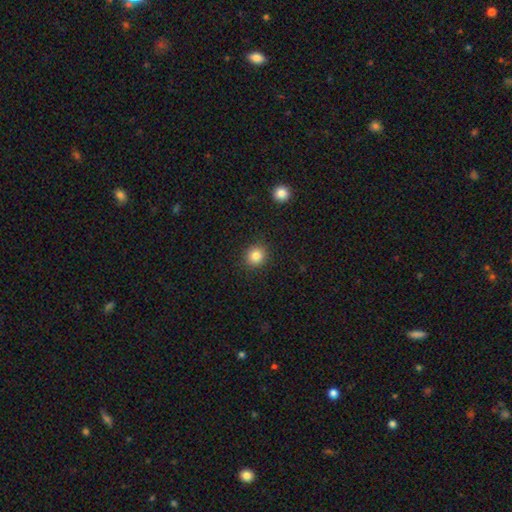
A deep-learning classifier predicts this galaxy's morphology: smooth_or_featured: smooth (p=0.84) [alt: star or artifact p=0.11]
how_rounded: round (p=0.87) [alt: in between p=0.12]
merging: none (p=0.90) [alt: minor disturbance p=0.06]